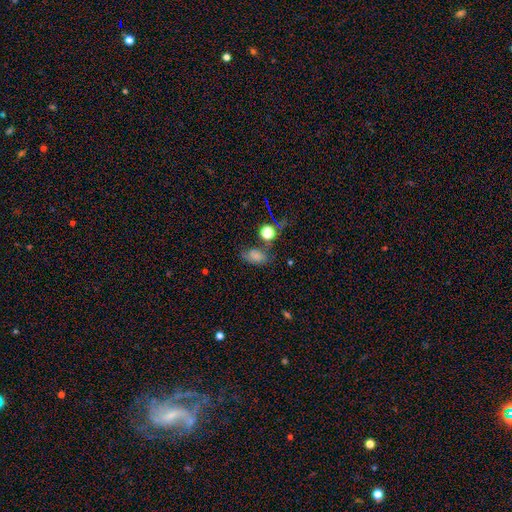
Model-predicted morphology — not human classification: Smooth or featured? smooth (69%)
How rounded? in between (83%)
Merging? none (56%)